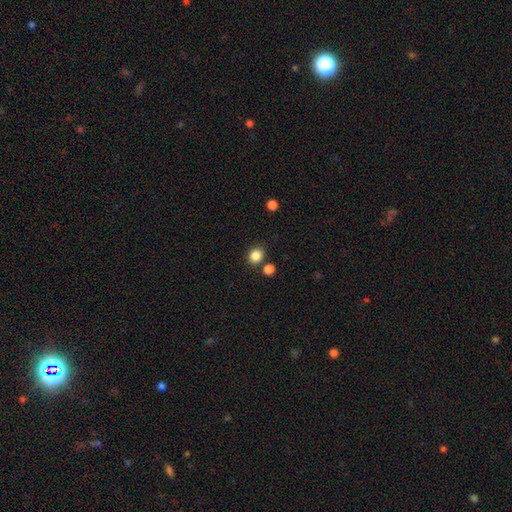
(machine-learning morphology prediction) smooth 85%, star or artifact 11%, featured or disk 4%. Down the decision tree: how rounded — round (72%); merging — none (77%).